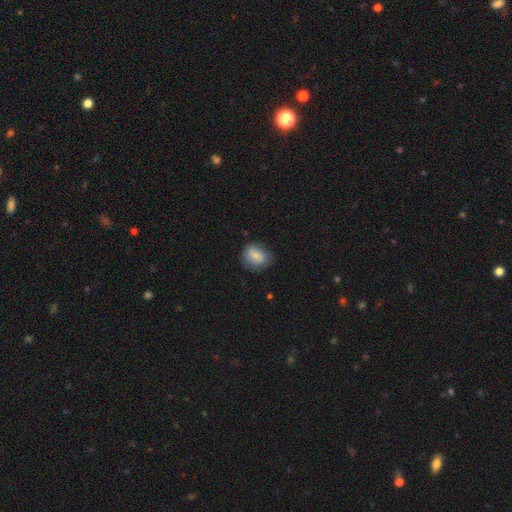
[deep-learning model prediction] Smooth or featured? Predicted: smooth (p=0.77). How rounded? Predicted: in between (p=0.52). Merging? Predicted: none (p=0.71).